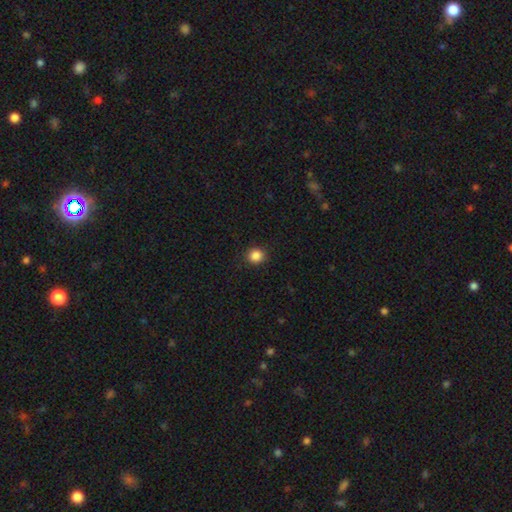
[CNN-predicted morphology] The model was most divided on "how rounded": round: 87%, in between: 12%, cigar-shaped: 1%. More confident: merging — none (90%); smooth or featured — smooth (86%).